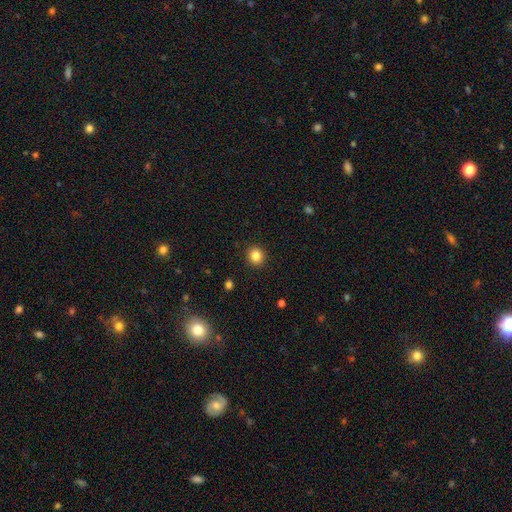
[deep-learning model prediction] This appears to be a smooth galaxy with no disk features (85%) that is round (89%). Merging: none (92%).